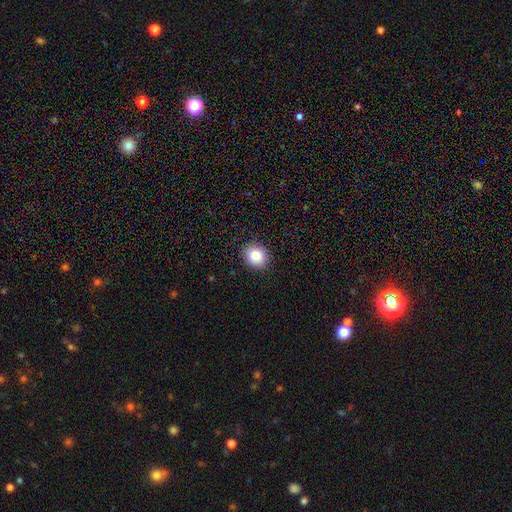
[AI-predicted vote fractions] A smooth galaxy with no disk features (85%) that is round (68%).

Vote fractions:
- Smooth or featured? smooth: 85% / star or artifact: 9% / featured or disk: 6%
- How rounded? round: 68% / in between: 31% / cigar-shaped: 1%
- Merging? none: 90% / minor disturbance: 7% / major disturbance: 2% / merger: 1%